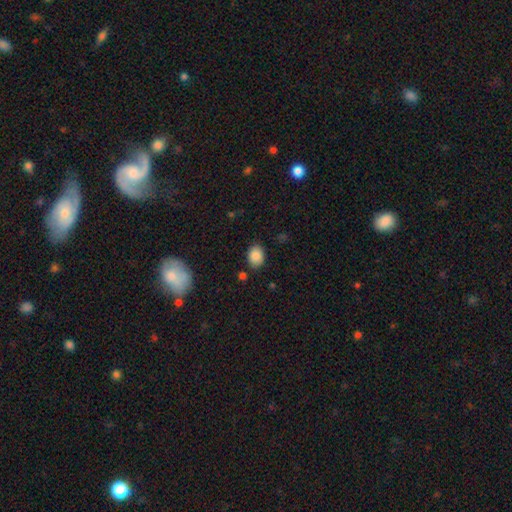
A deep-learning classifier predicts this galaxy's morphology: Smooth or featured? smooth (87%)
How rounded? in between (71%)
Merging? none (83%)